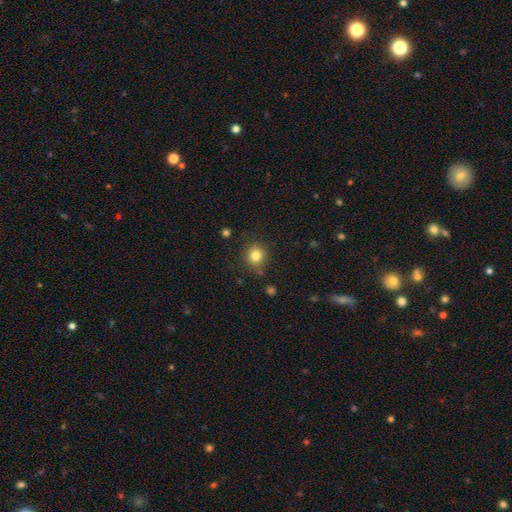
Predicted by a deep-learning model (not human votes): The model was most divided on "smooth or featured": smooth: 82%, star or artifact: 12%, featured or disk: 6%. More confident: how rounded — round (88%); merging — none (84%).